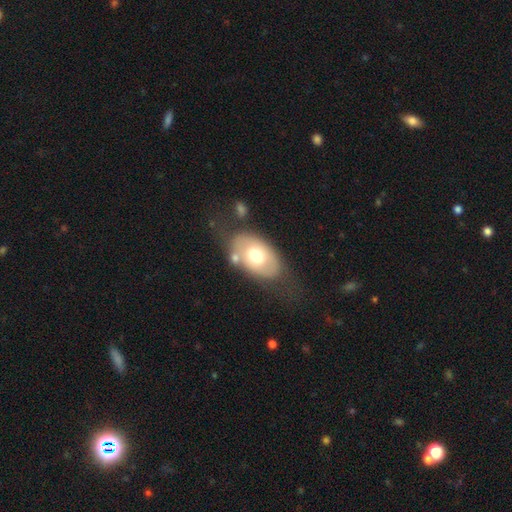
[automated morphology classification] Overall: smooth (58%; featured or disk 35%). How rounded: in between (90%). Merging: none (57%; minor disturbance 20%).